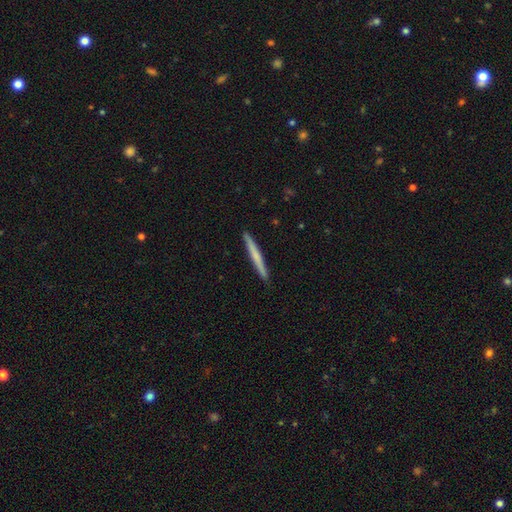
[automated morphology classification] Smooth or featured?
  - smooth: 56% *
  - featured or disk: 39%
  - star or artifact: 5%
How rounded?
  - cigar-shaped: 97% *
  - in between: 2%
  - round: 1%
Merging?
  - none: 92% *
  - minor disturbance: 5%
  - major disturbance: 1%
  - merger: 1%